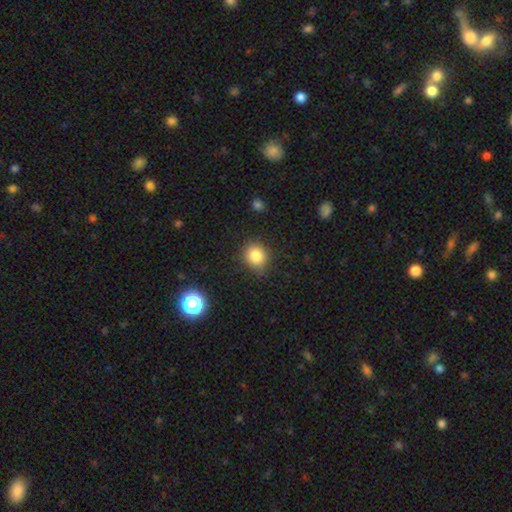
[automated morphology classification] type=smooth (82%); roundness=round (78%); merging=none (83%).